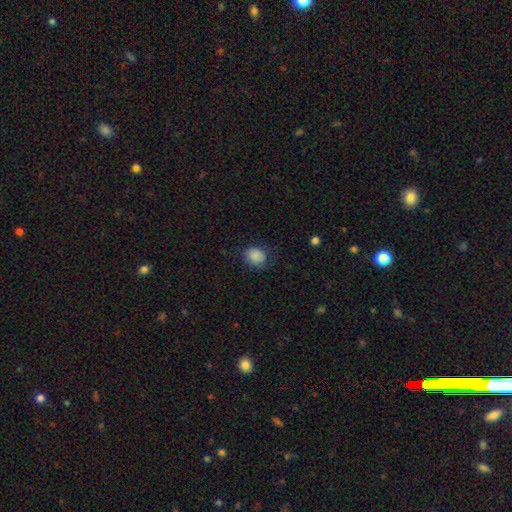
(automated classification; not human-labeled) This is clearly a smooth galaxy (86%). How rounded: possibly round (58%). Merging: likely none (71%).